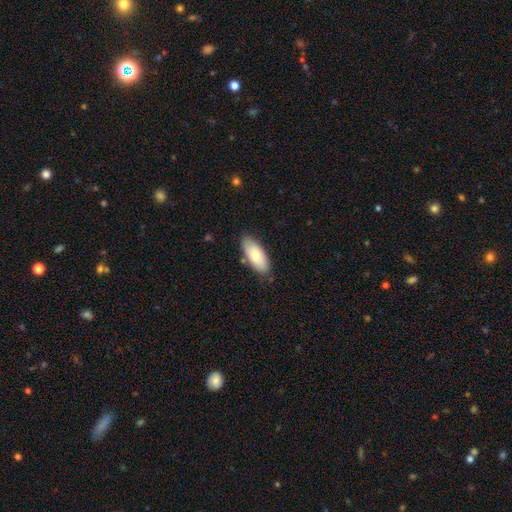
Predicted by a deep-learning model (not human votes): Q: Smooth or featured?
A: smooth (72%); runner-up: featured or disk (22%)
Q: How rounded?
A: in between (86%); runner-up: cigar-shaped (11%)
Q: Merging?
A: none (81%); runner-up: minor disturbance (14%)